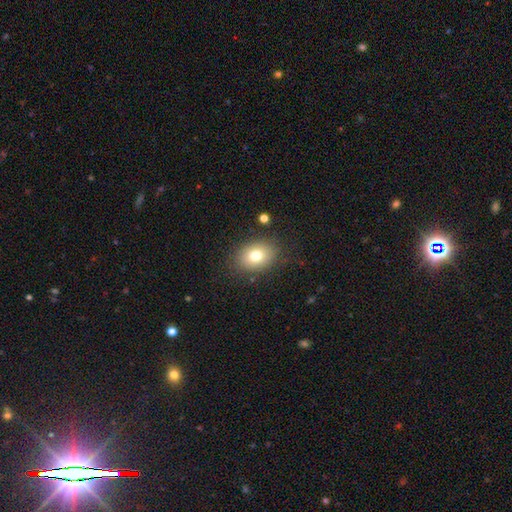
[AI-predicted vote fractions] Smooth or featured: smooth — 78% (featured or disk — 12%)
How rounded: in between — 68% (round — 31%)
Merging: none — 84% (minor disturbance — 11%)